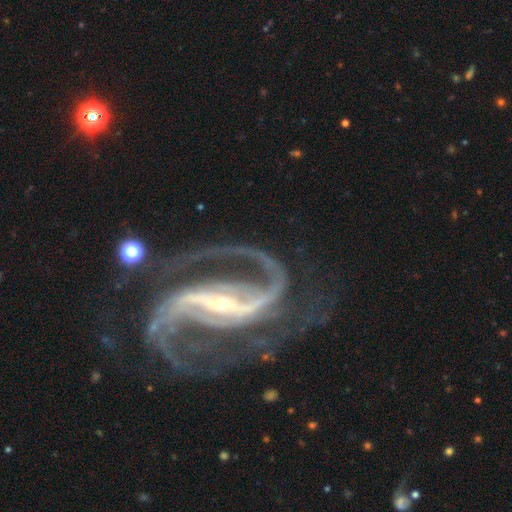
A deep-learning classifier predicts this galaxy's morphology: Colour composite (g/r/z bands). It shows a featured or disk galaxy (94%) with a strong bar (79%), 2 (86%) medium (59%) spiral arms (99%) and a small central bulge (76%). Merging: none (66%).